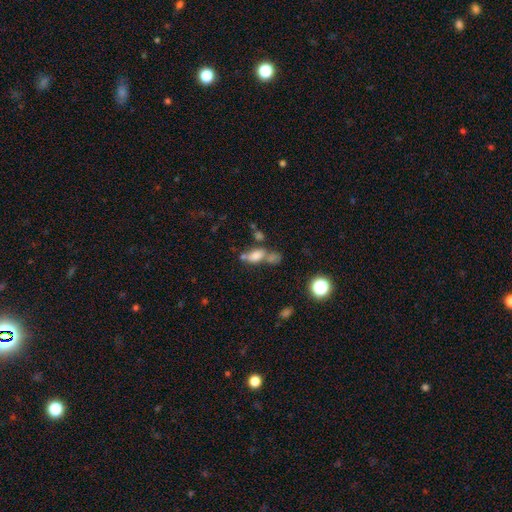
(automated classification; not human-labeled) Morphology: type=smooth (71%); roundness=in between (81%); merging=merger (44%).